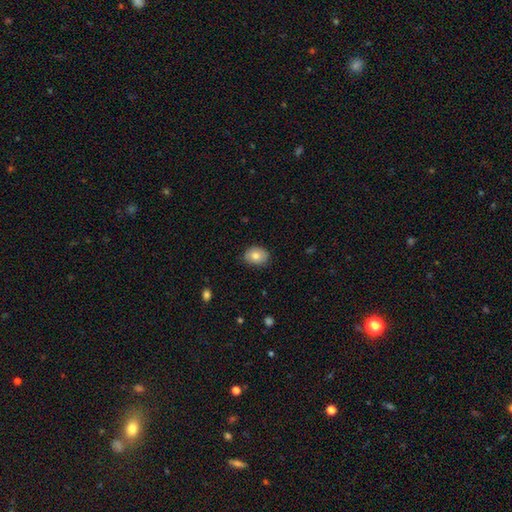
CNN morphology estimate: This appears to be a smooth galaxy with no disk features (81%) that is in between round and cigar-shaped (59%). Merging: none (82%).